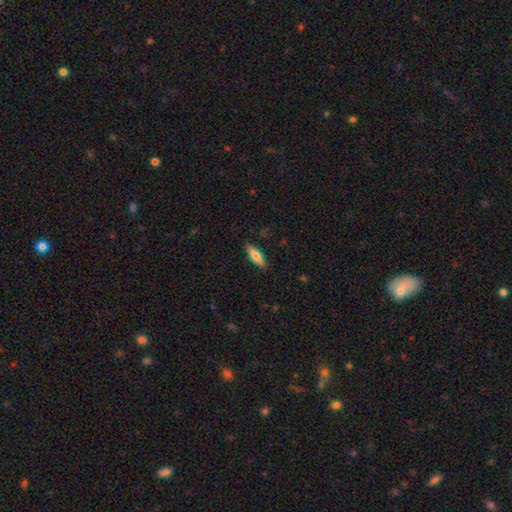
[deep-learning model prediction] This appears to be a smooth galaxy with no disk features (52%) that is cigar-shaped (59%). Merging: none (89%).